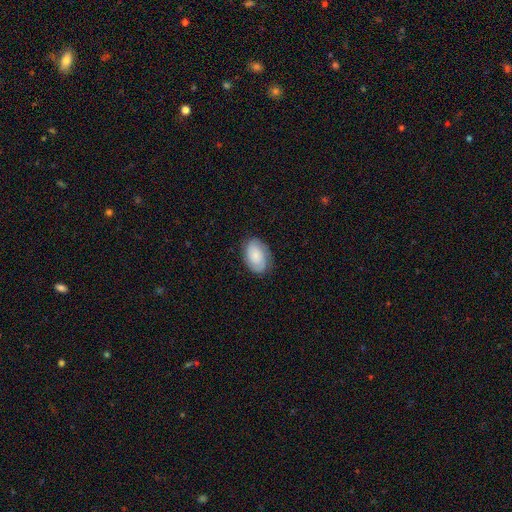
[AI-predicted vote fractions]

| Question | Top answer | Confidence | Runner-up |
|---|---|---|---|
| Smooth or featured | smooth | 52% | featured or disk (40%) |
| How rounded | in between | 88% | round (11%) |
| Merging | none | 78% | minor disturbance (16%) |